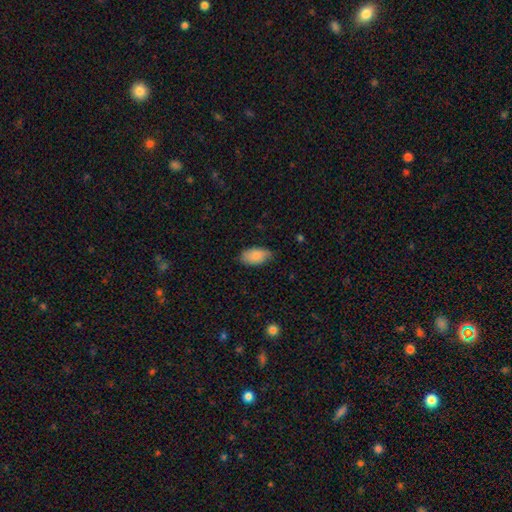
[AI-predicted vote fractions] smooth-or-featured: smooth: 83% | featured or disk: 10% | star or artifact: 7%
  how-rounded: in between: 94% | round: 4% | cigar-shaped: 2%
  merging: none: 75% | minor disturbance: 21% | major disturbance: 3% | merger: 1%